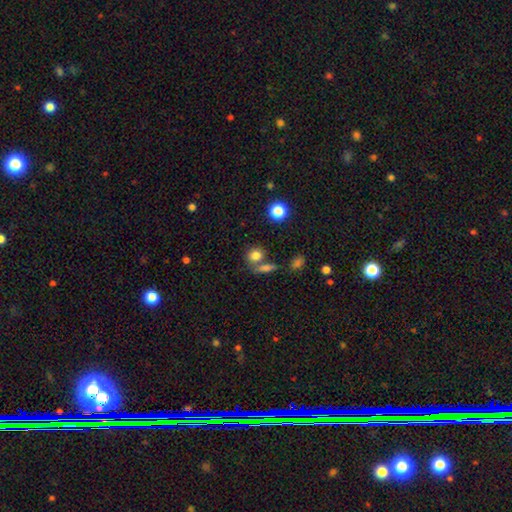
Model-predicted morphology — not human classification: smooth_or_featured: smooth (p=0.80) [alt: star or artifact p=0.12]
how_rounded: round (p=0.66) [alt: in between p=0.32]
merging: none (p=0.57) [alt: merger p=0.28]